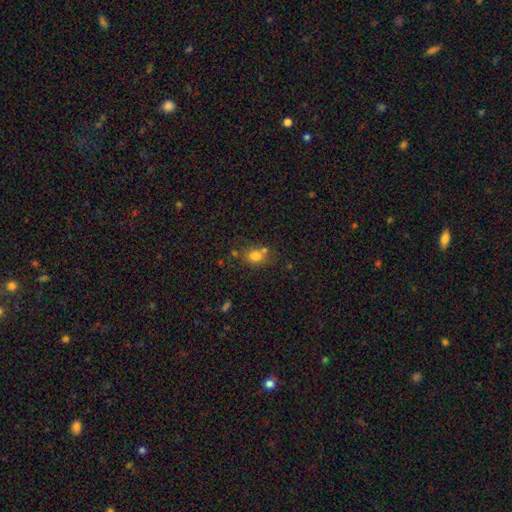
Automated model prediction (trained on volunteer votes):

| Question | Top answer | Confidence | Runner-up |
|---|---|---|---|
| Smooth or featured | smooth | 77% | star or artifact (13%) |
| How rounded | round | 59% | in between (40%) |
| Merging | none | 60% | merger (21%) |